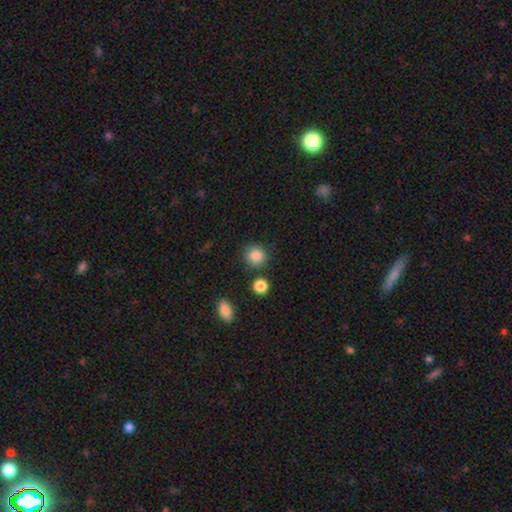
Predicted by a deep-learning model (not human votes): Morphology: type=smooth (87%); roundness=round (88%); merging=none (81%).